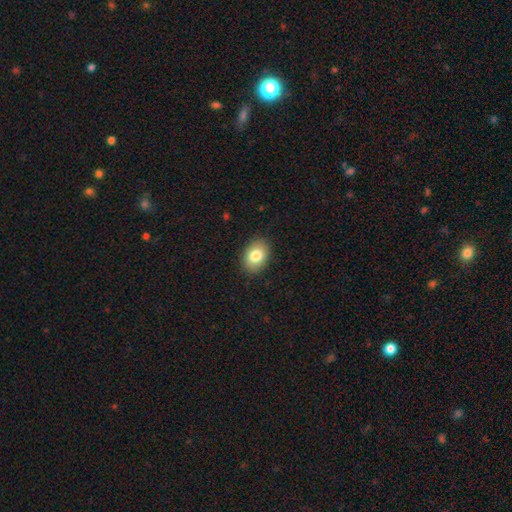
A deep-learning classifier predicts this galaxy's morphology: smooth 81%, featured or disk 11%, star or artifact 8%. Down the decision tree: how rounded — in between (80%); merging — none (88%).